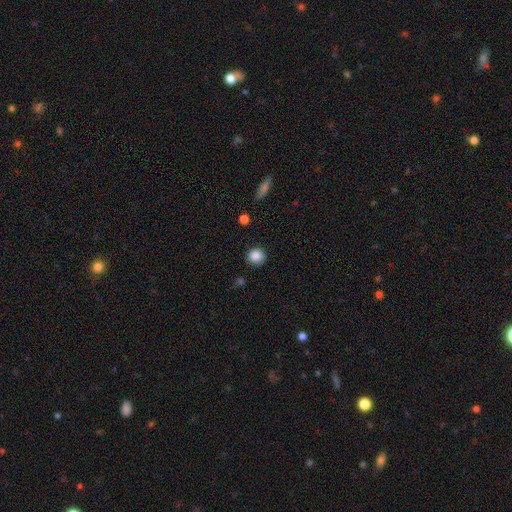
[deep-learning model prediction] The model was most divided on "merging": none: 85%, minor disturbance: 11%, major disturbance: 3%, merger: 2%. More confident: how rounded — round (89%); smooth or featured — smooth (87%).